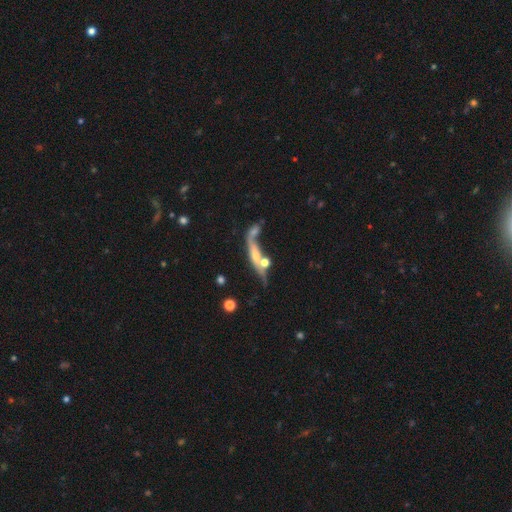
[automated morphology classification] featured or disk 58%, smooth 31%, star or artifact 11%. Down the decision tree: edge-on disk — yes (69%); merging — merger (36%).